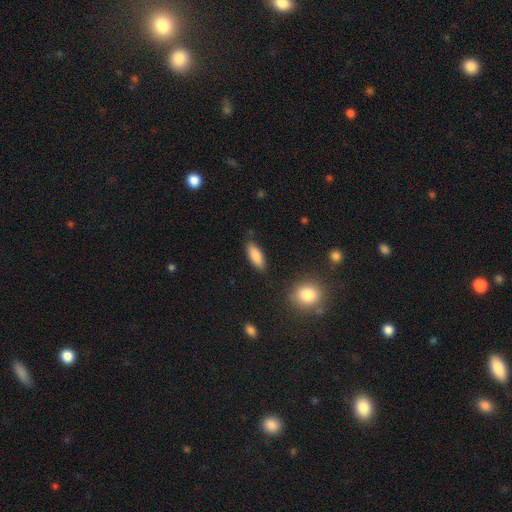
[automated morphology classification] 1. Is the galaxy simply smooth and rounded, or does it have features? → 85% smooth, 8% featured or disk, 7% star or artifact.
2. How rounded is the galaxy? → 75% in between, 23% cigar-shaped, 2% round.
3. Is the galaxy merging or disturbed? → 81% none, 14% minor disturbance, 3% major disturbance, 2% merger.